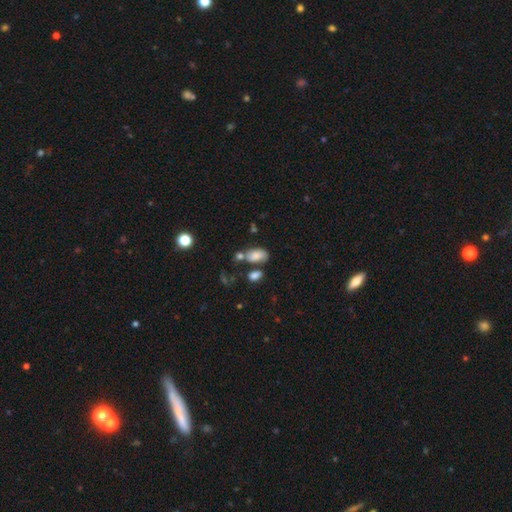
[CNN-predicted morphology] smooth_or_featured: smooth (p=0.77) [alt: featured or disk p=0.13]
how_rounded: in between (p=0.90) [alt: round p=0.08]
merging: none (p=0.48) [alt: merger p=0.22]